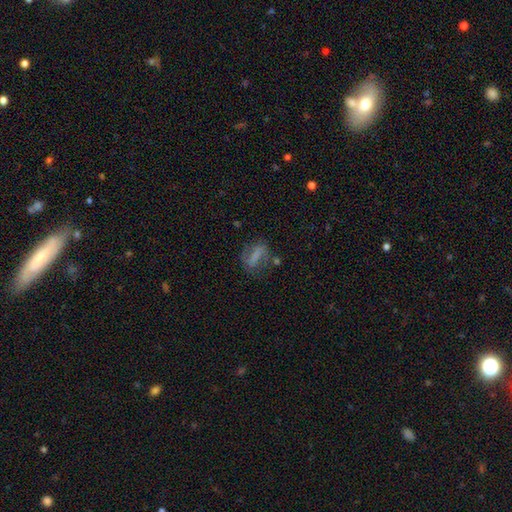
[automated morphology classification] A smooth galaxy with no disk features (51%) that is in between round and cigar-shaped (57%).

Vote fractions:
- Smooth or featured? smooth: 51% / featured or disk: 37% / star or artifact: 11%
- How rounded? in between: 57% / cigar-shaped: 27% / round: 15%
- Merging? none: 58% / minor disturbance: 22% / major disturbance: 14% / merger: 5%